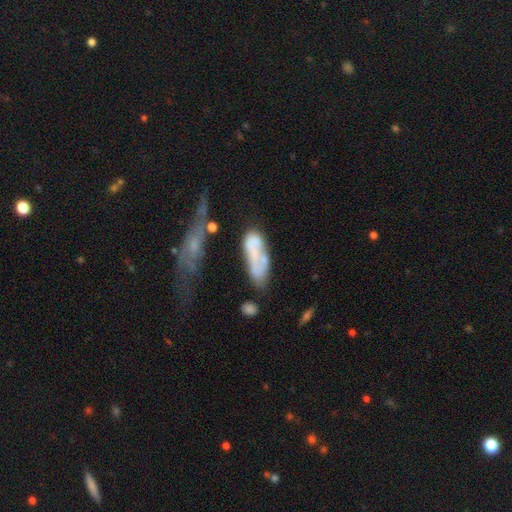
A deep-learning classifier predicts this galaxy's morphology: Smooth or featured: smooth — 49% (featured or disk — 42%)
Merging: none — 35% (minor disturbance — 24%)